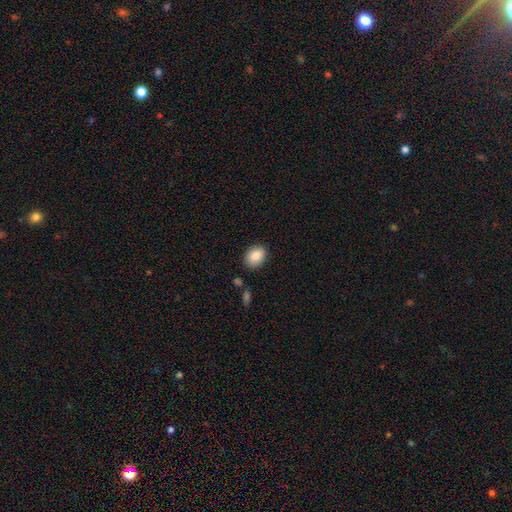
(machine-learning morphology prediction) Q: Smooth or featured?
A: smooth (86%); runner-up: star or artifact (8%)
Q: How rounded?
A: in between (67%); runner-up: round (32%)
Q: Merging?
A: none (87%); runner-up: minor disturbance (9%)